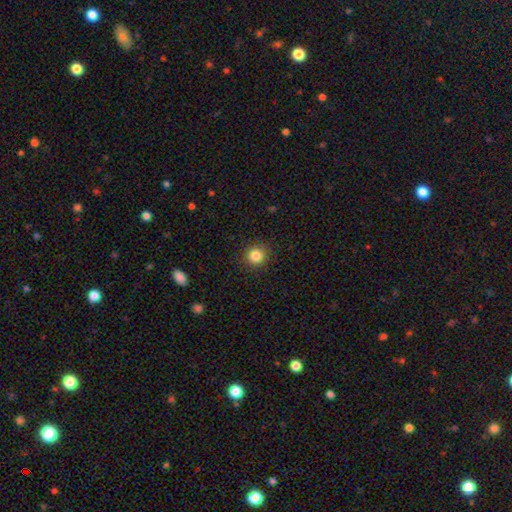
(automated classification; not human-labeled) Smooth or featured: smooth — 85% (star or artifact — 11%)
How rounded: round — 92% (in between — 7%)
Merging: none — 90% (minor disturbance — 7%)